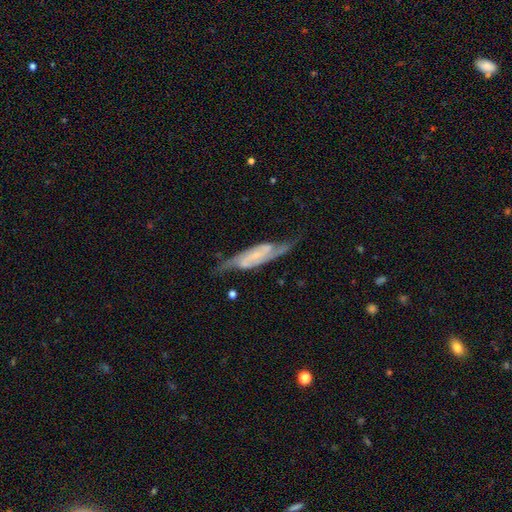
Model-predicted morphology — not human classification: This appears to be a featured or disk galaxy (80%) with no bar (36%), 2 (87%) medium (44%) spiral arms (94%) and a small central bulge (51%). Merging: none (65%).